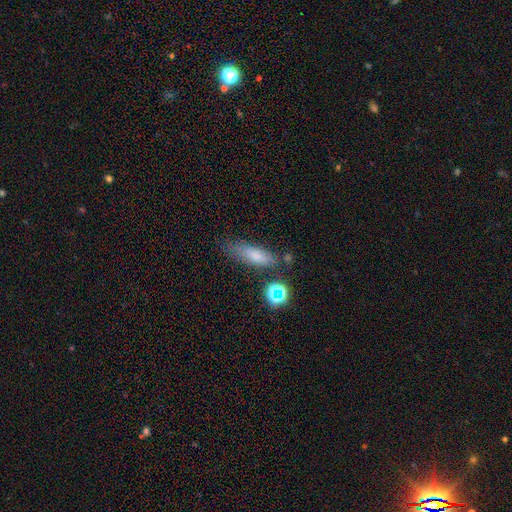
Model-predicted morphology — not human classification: This is likely a smooth galaxy (71%). How rounded: possibly in between (50%). Merging: likely none (65%).